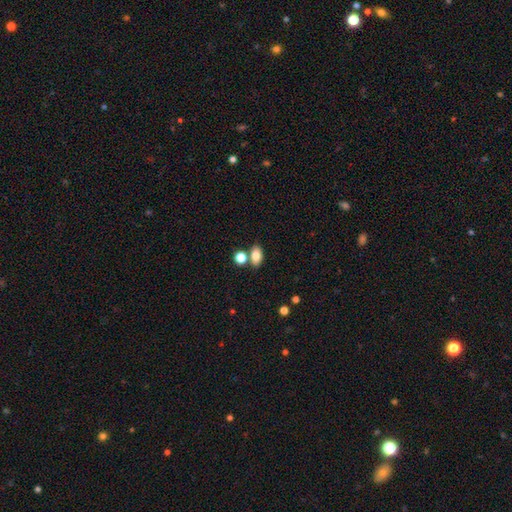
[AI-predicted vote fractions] Smooth or featured: smooth — 82% (star or artifact — 10%)
How rounded: in between — 84% (round — 14%)
Merging: none — 67% (merger — 20%)